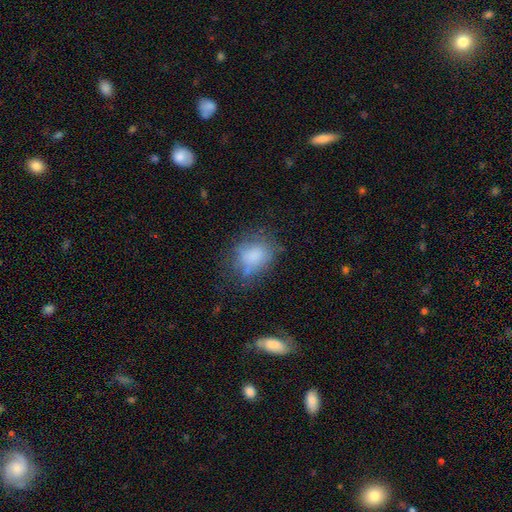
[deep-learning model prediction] Overall: smooth (74%). How rounded: in between (55%; round 43%). Merging: none (57%; minor disturbance 25%).